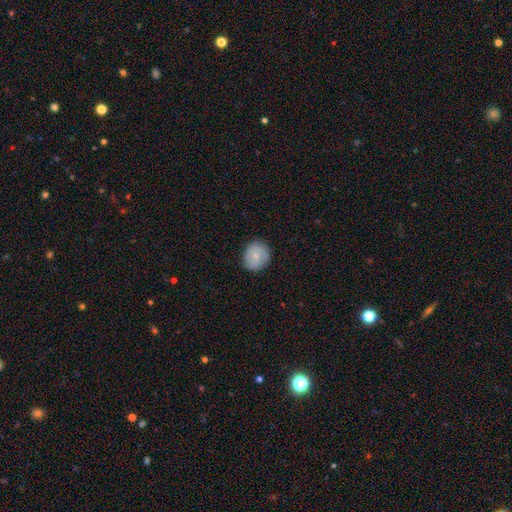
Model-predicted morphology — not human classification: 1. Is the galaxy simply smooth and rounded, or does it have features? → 72% smooth, 21% featured or disk, 7% star or artifact.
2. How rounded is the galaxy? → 80% round, 19% in between, 1% cigar-shaped.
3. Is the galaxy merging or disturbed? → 81% none, 15% minor disturbance, 3% major disturbance, 1% merger.